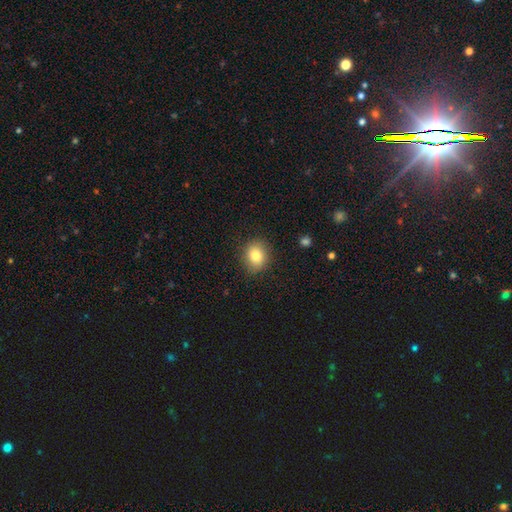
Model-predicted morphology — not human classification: Smooth or featured? Predicted: smooth (p=0.82). How rounded? Predicted: round (p=0.66). Merging? Predicted: none (p=0.87).